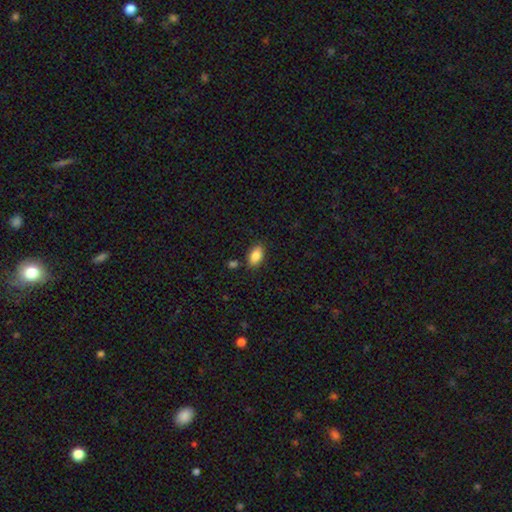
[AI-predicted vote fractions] Smooth or featured: smooth — 86% (star or artifact — 8%)
How rounded: in between — 91% (round — 5%)
Merging: none — 84% (minor disturbance — 10%)